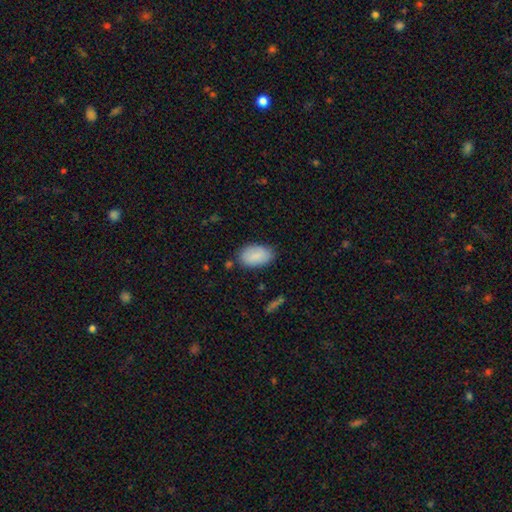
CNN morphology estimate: The model was most divided on "merging": none: 79%, minor disturbance: 15%, major disturbance: 3%, merger: 2%. More confident: how rounded — in between (93%); smooth or featured — smooth (85%).